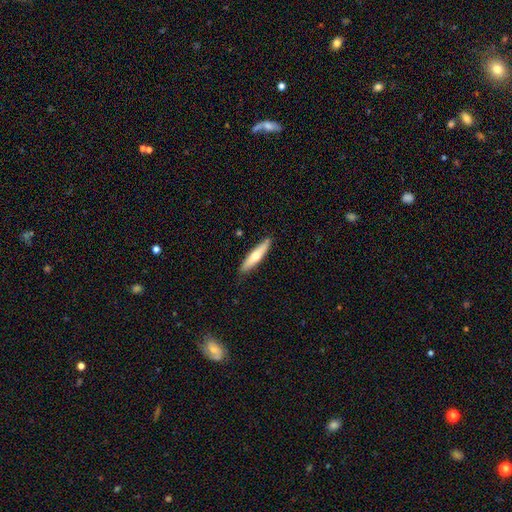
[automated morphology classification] smooth-or-featured: smooth: 58% | featured or disk: 37% | star or artifact: 5%
  how-rounded: cigar-shaped: 81% | in between: 18% | round: 1%
  merging: none: 86% | minor disturbance: 11% | major disturbance: 2% | merger: 2%